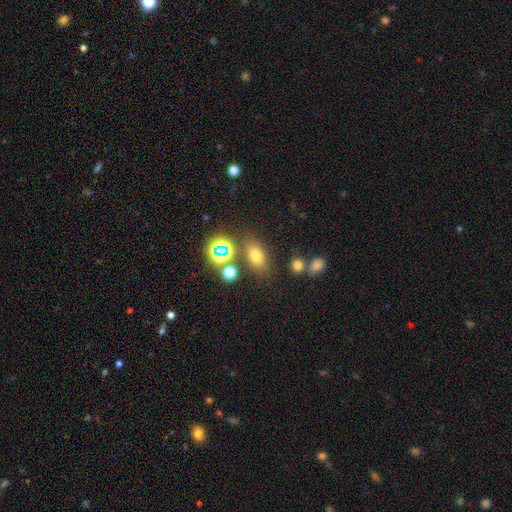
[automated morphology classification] Smooth or featured? Predicted: smooth (p=0.67). How rounded? Predicted: in between (p=0.75). Merging? Predicted: none (p=0.76).